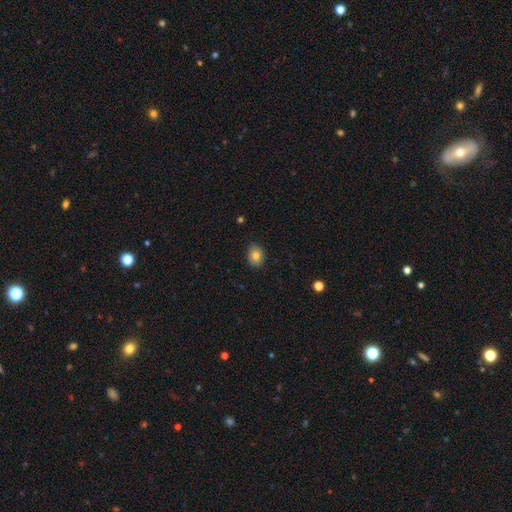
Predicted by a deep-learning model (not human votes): smooth 81%, featured or disk 9%, star or artifact 9%. Down the decision tree: how rounded — in between (57%); merging — none (82%).